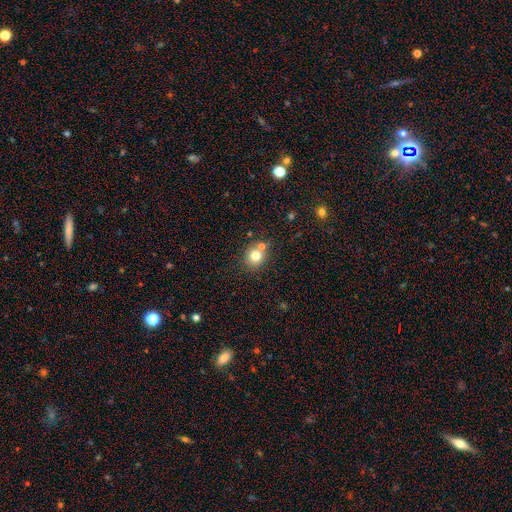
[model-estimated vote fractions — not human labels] smooth_or_featured: smooth (p=0.78) [alt: star or artifact p=0.13]
how_rounded: round (p=0.84) [alt: in between p=0.15]
merging: none (p=0.67) [alt: merger p=0.21]